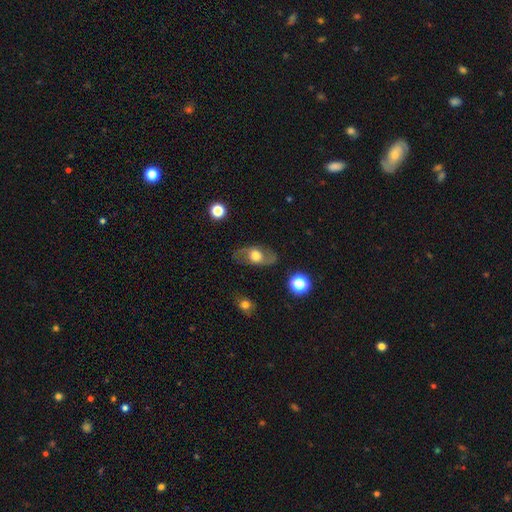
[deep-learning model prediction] This is possibly a featured or disk galaxy (55%). It is clearly not viewed edge-on (83%). Merging: likely none (74%).